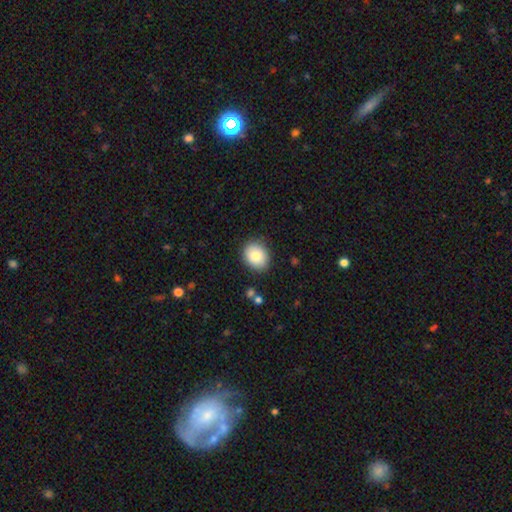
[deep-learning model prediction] A smooth galaxy with no disk features (83%) that is round (61%). Merging: none (86%).